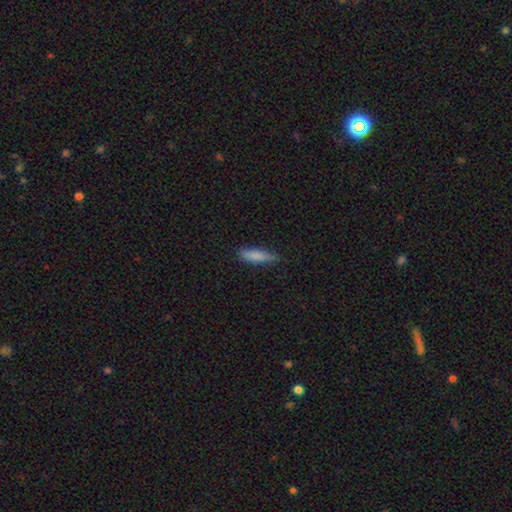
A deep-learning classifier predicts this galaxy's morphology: type=smooth (82%); roundness=cigar-shaped (68%); merging=none (78%).